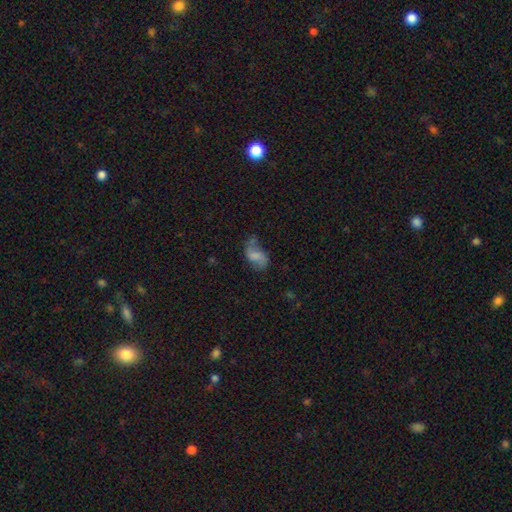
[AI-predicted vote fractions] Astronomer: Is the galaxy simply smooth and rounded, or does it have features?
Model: smooth — 51% (runner-up: featured or disk, 39%).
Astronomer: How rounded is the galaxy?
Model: in between — 89%.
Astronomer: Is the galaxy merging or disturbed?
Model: none — 42% (runner-up: minor disturbance, 30%).